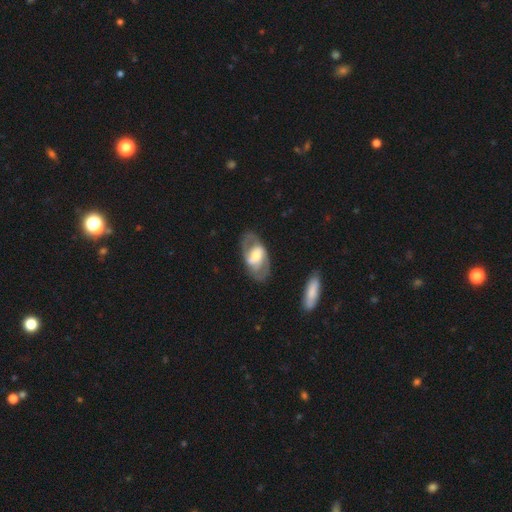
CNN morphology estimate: Smooth or featured?
  - featured or disk: 70% *
  - smooth: 25%
  - star or artifact: 6%
Edge-on disk?
  - no: 93% *
  - yes: 7%
Bar?
  - weak: 40% *
  - strong: 31%
  - no: 30%
Spiral arms?
  - yes: 76% *
  - no: 24%
Bulge size?
  - moderate: 51% *
  - small: 29%
  - large: 16%
  - none: 2%
  - dominant: 2%
Merging?
  - none: 75% *
  - minor disturbance: 15%
  - major disturbance: 8%
  - merger: 2%